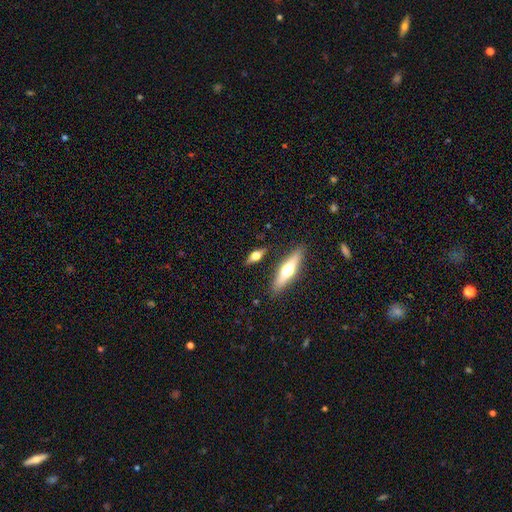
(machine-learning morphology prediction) This is possibly a featured or disk galaxy (50%). Merging: clearly none (80%).